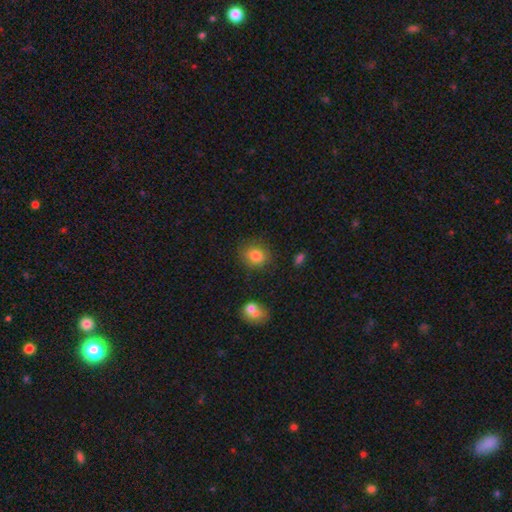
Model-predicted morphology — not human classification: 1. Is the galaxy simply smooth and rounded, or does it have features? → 82% smooth, 10% star or artifact, 8% featured or disk.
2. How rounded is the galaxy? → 63% round, 36% in between, 1% cigar-shaped.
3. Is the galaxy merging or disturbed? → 78% none, 15% minor disturbance, 4% major disturbance, 3% merger.